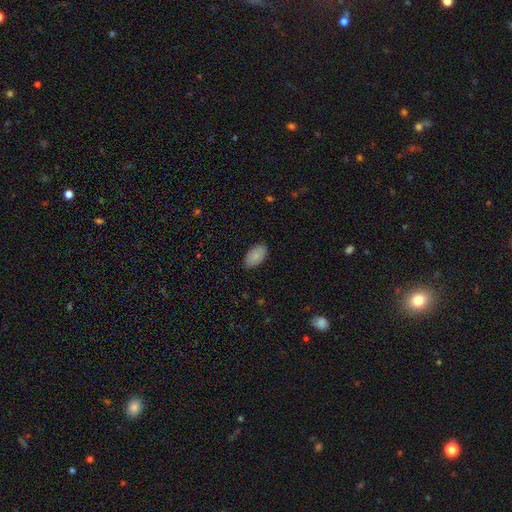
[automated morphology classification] Smooth or featured? smooth (87%)
How rounded? in between (95%)
Merging? none (86%)